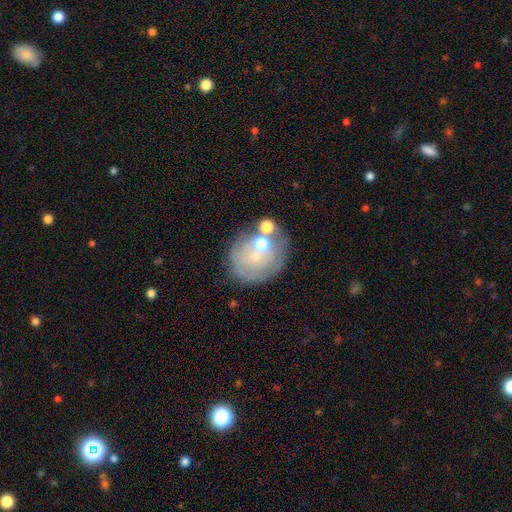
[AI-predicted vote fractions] This appears to be a featured or disk galaxy (46%). Merging: none (57%).